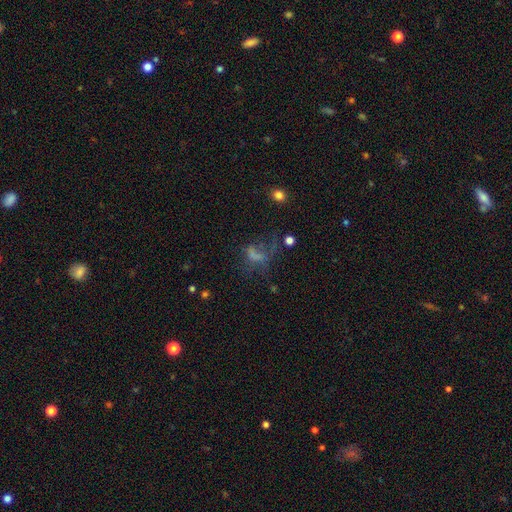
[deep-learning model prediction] Overall: smooth (43%; featured or disk 31%). Merging: major disturbance (50%; none 27%).